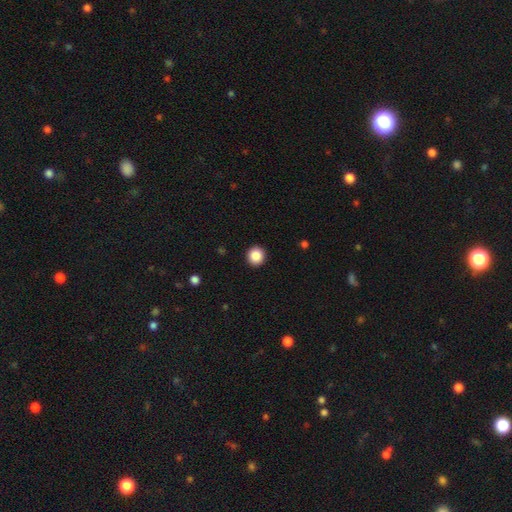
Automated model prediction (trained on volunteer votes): Smooth or featured?
  - smooth: 87% *
  - star or artifact: 9%
  - featured or disk: 3%
How rounded?
  - round: 92% *
  - in between: 7%
  - cigar-shaped: 1%
Merging?
  - none: 93% *
  - minor disturbance: 5%
  - major disturbance: 2%
  - merger: 1%